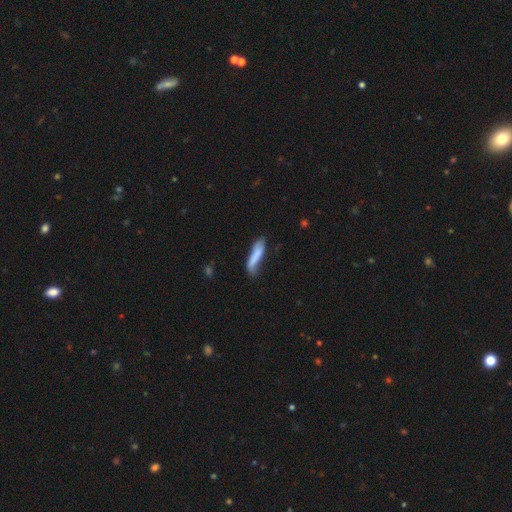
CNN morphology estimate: smooth-or-featured: smooth: 78% | featured or disk: 16% | star or artifact: 6%
  how-rounded: cigar-shaped: 80% | in between: 19% | round: 1%
  merging: none: 53% | minor disturbance: 32% | major disturbance: 10% | merger: 4%